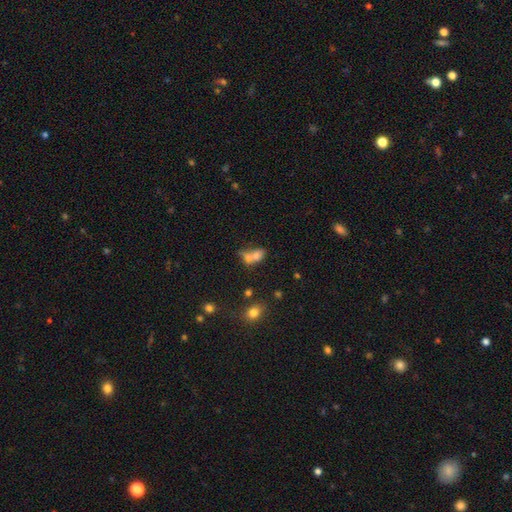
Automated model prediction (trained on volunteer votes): Smooth or featured? Predicted: smooth (p=0.69). How rounded? Predicted: in between (p=0.67). Merging? Predicted: merger (p=0.65).